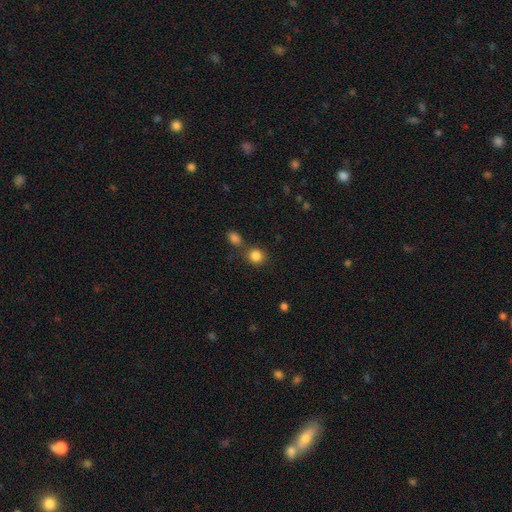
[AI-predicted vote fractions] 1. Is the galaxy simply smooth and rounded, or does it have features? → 84% smooth, 10% star or artifact, 5% featured or disk.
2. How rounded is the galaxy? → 83% round, 16% in between, 1% cigar-shaped.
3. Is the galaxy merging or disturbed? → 67% none, 20% merger, 10% minor disturbance, 4% major disturbance.